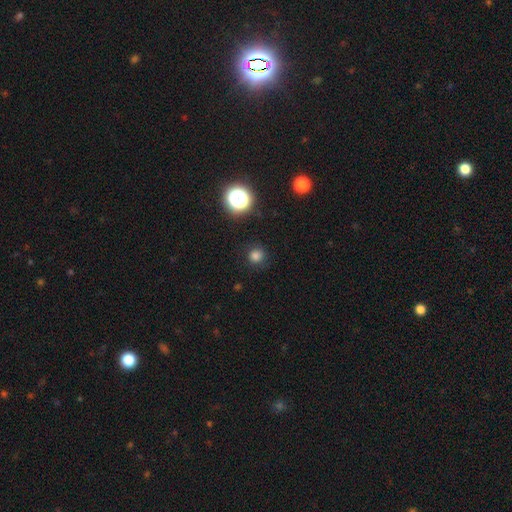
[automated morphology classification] This is likely a smooth galaxy (76%). How rounded: clearly round (92%). Merging: clearly none (86%).